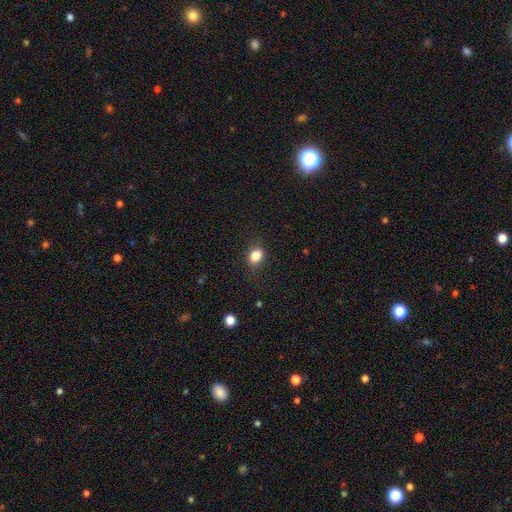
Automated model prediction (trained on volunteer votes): Smooth or featured?
  - smooth: 84% *
  - star or artifact: 11%
  - featured or disk: 5%
How rounded?
  - in between: 60% *
  - round: 39%
  - cigar-shaped: 1%
Merging?
  - none: 84% *
  - minor disturbance: 12%
  - major disturbance: 3%
  - merger: 1%